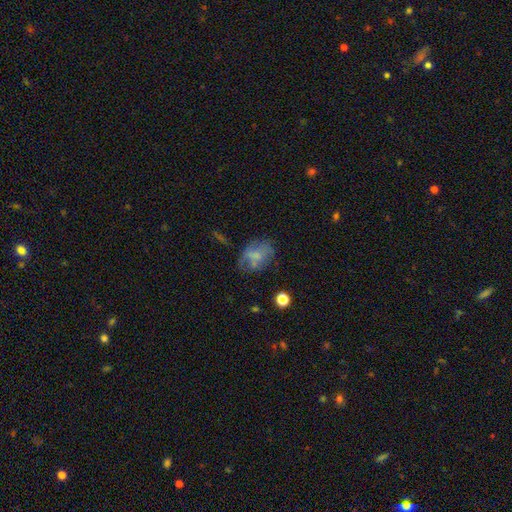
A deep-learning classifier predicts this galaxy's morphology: This appears to be a smooth galaxy with no disk features (58%) that is in between round and cigar-shaped (70%). Merging: none (52%).